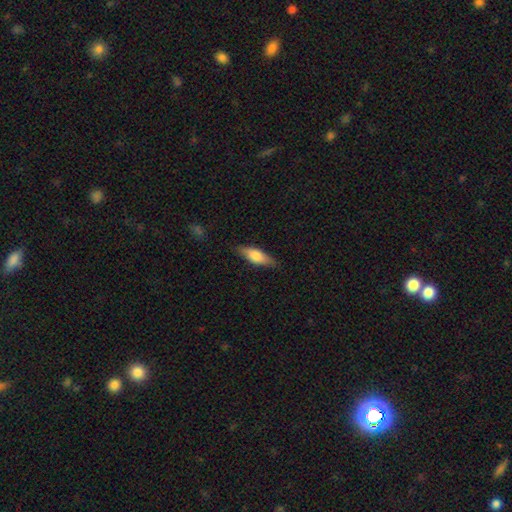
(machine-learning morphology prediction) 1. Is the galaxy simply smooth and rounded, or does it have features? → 70% smooth, 24% featured or disk, 6% star or artifact.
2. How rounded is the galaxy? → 60% in between, 38% cigar-shaped, 2% round.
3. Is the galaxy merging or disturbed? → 83% none, 13% minor disturbance, 3% major disturbance, 1% merger.